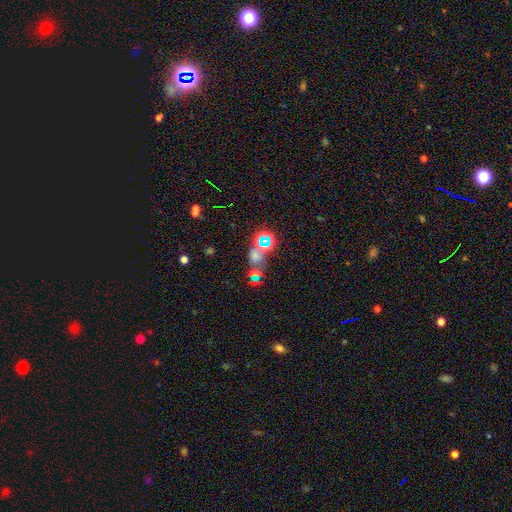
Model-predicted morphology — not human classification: Q: Smooth or featured?
A: star or artifact (51%); runner-up: smooth (37%)